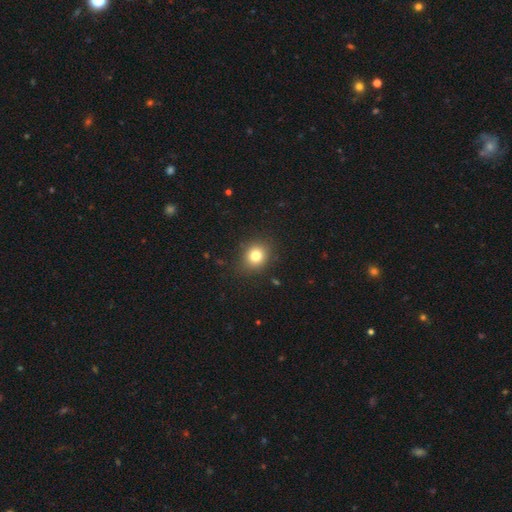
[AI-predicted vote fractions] smooth-or-featured: smooth: 80% | star or artifact: 12% | featured or disk: 8%
  how-rounded: round: 75% | in between: 24% | cigar-shaped: 1%
  merging: none: 87% | minor disturbance: 9% | major disturbance: 3% | merger: 1%